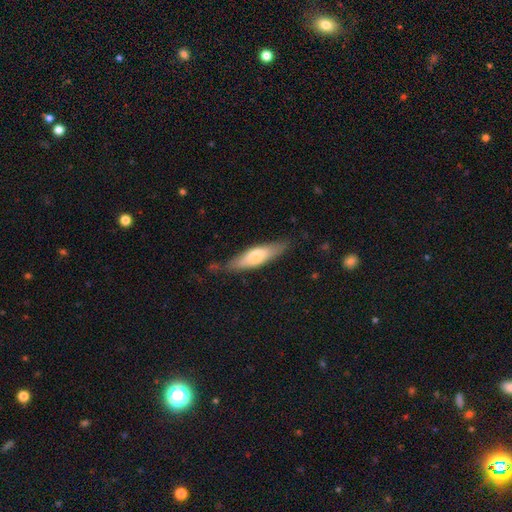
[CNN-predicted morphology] Smooth or featured? Predicted: smooth (p=0.61). How rounded? Predicted: cigar-shaped (p=0.61). Merging? Predicted: none (p=0.73).